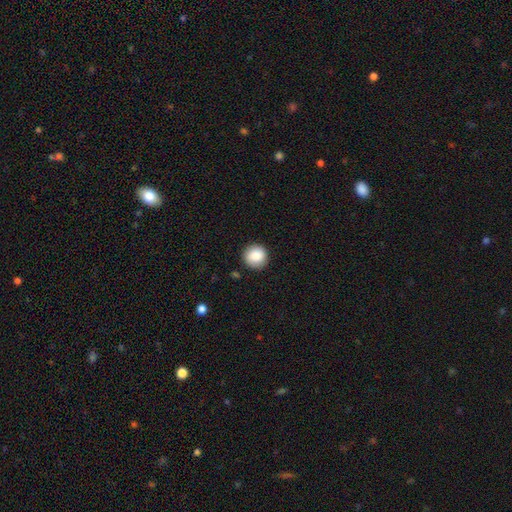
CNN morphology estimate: A smooth galaxy with no disk features (88%) that is round (94%). Merging: none (90%).